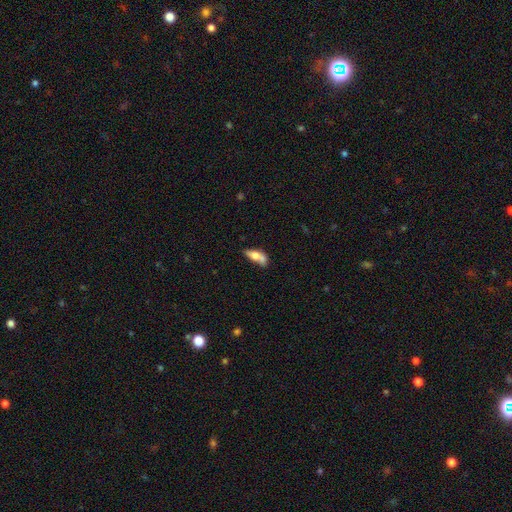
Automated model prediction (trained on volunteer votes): smooth_or_featured: smooth (p=0.62) [alt: featured or disk p=0.30]
how_rounded: in between (p=0.71) [alt: cigar-shaped p=0.24]
merging: merger (p=0.38) [alt: none p=0.31]